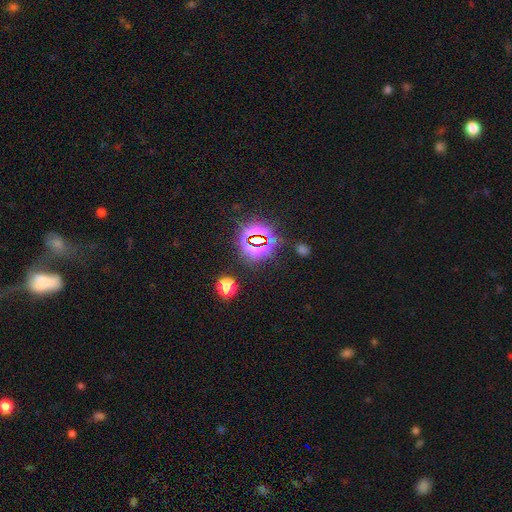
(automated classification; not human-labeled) smooth-or-featured: star or artifact: 75% | smooth: 16% | featured or disk: 9%